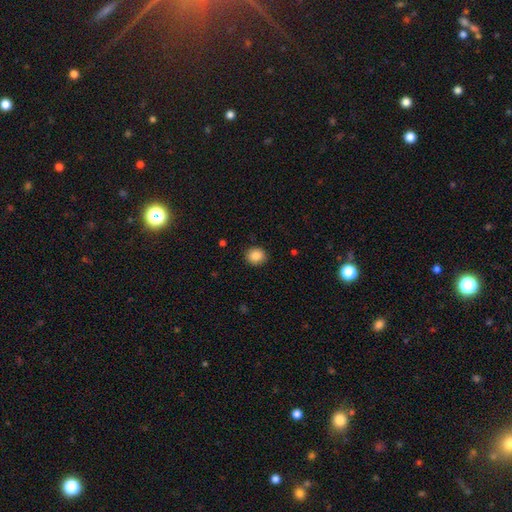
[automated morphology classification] The model was most divided on "how rounded": round: 78%, in between: 21%, cigar-shaped: 1%. More confident: merging — none (90%); smooth or featured — smooth (87%).